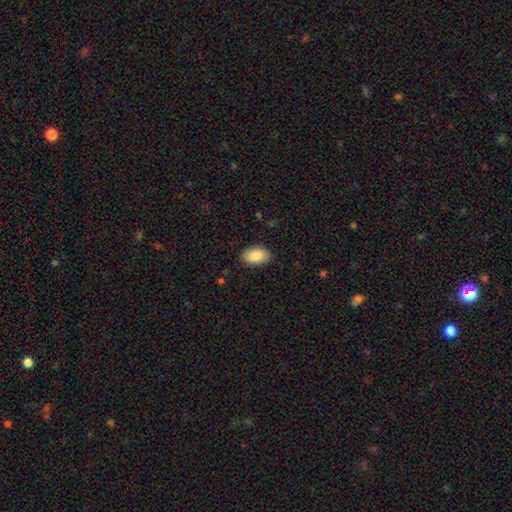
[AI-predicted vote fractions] Q: Smooth or featured?
A: smooth (87%); runner-up: featured or disk (7%)
Q: How rounded?
A: in between (93%); runner-up: round (6%)
Q: Merging?
A: none (87%); runner-up: minor disturbance (10%)